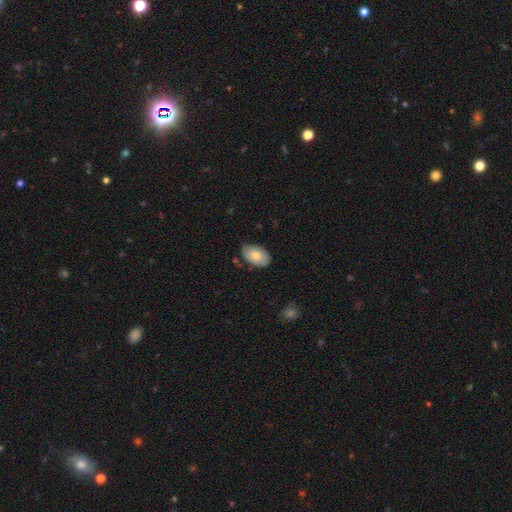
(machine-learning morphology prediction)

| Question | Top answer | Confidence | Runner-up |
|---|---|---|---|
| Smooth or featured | smooth | 77% | featured or disk (17%) |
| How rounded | in between | 92% | round (7%) |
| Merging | none | 74% | minor disturbance (21%) |